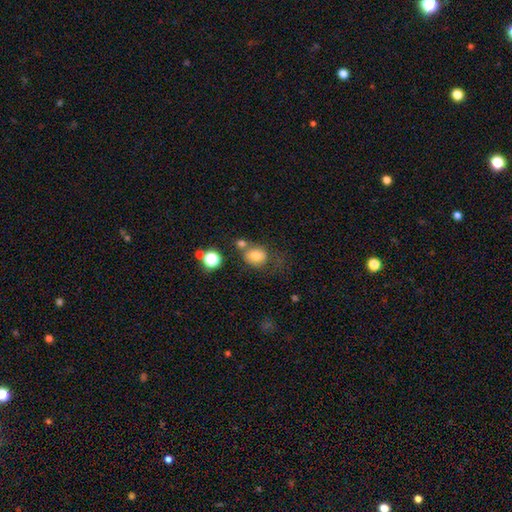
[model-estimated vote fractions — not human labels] smooth_or_featured: smooth (p=0.77) [alt: star or artifact p=0.12]
how_rounded: round (p=0.69) [alt: in between p=0.30]
merging: none (p=0.52) [alt: merger p=0.21]